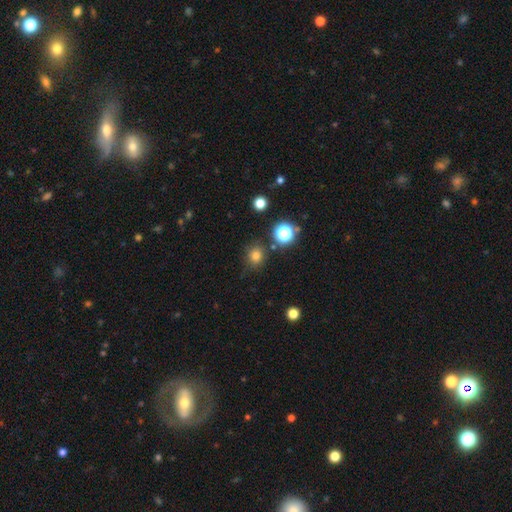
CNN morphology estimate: This appears to be a smooth galaxy with no disk features (77%) that is round (84%). Merging: none (81%).